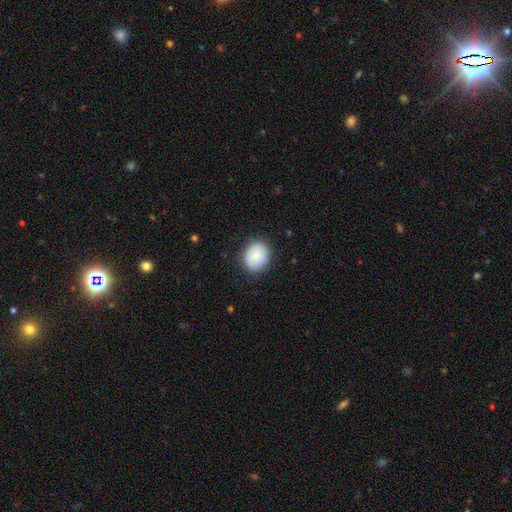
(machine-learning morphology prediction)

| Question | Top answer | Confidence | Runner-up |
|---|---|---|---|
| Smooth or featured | smooth | 87% | star or artifact (7%) |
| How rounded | round | 69% | in between (31%) |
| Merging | none | 86% | minor disturbance (10%) |